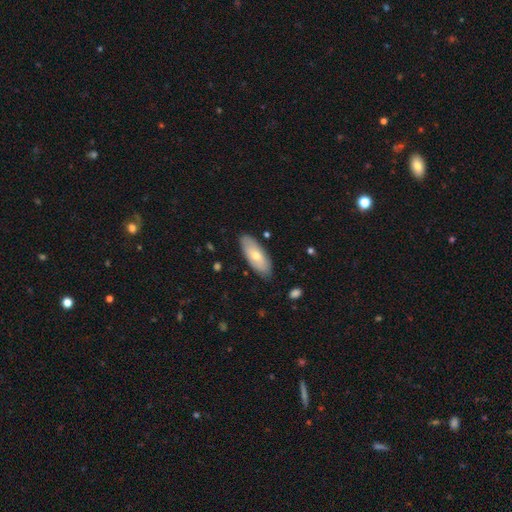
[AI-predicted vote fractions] Smooth or featured?
  - smooth: 61% *
  - featured or disk: 33%
  - star or artifact: 6%
How rounded?
  - in between: 78% *
  - cigar-shaped: 20%
  - round: 2%
Merging?
  - none: 86% *
  - minor disturbance: 11%
  - major disturbance: 2%
  - merger: 1%